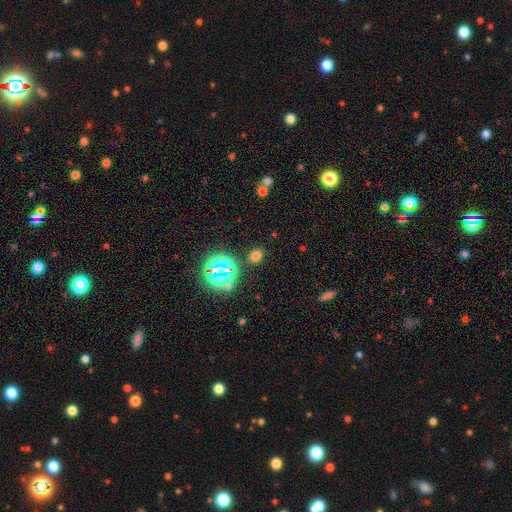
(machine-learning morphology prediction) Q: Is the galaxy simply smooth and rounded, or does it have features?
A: smooth — 63%.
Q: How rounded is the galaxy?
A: in between — 60%.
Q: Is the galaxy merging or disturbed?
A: none — 85%.